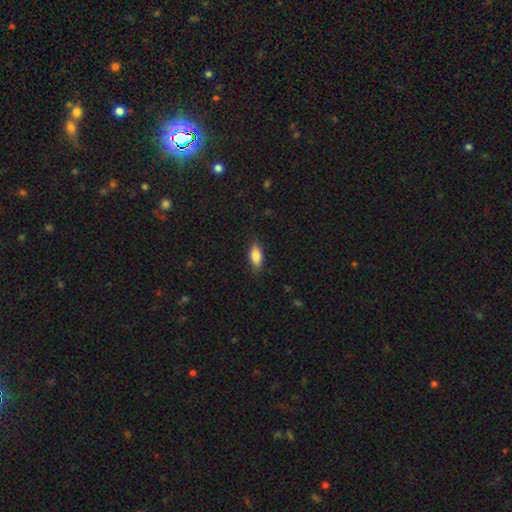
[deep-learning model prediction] Morphology: type=smooth (86%); roundness=in between (84%); merging=none (83%).